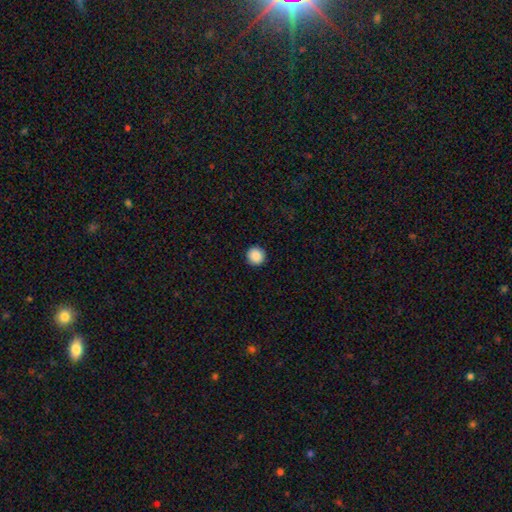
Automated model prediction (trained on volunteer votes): smooth-or-featured: smooth: 89% | star or artifact: 9% | featured or disk: 2%
  how-rounded: round: 95% | in between: 4% | cigar-shaped: 1%
  merging: none: 93% | minor disturbance: 4% | major disturbance: 2% | merger: 1%